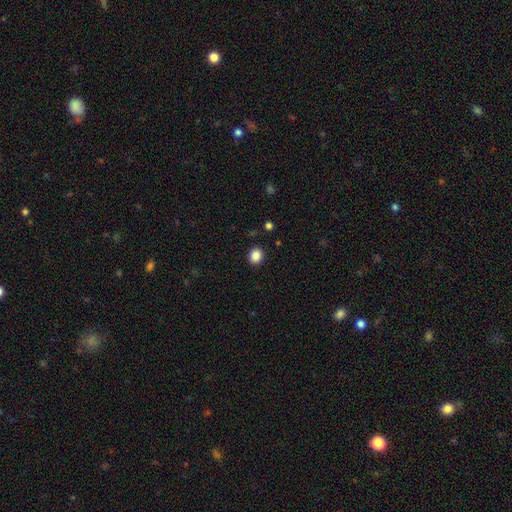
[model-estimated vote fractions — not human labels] smooth_or_featured: smooth (p=0.87) [alt: star or artifact p=0.10]
how_rounded: round (p=0.62) [alt: in between p=0.37]
merging: none (p=0.90) [alt: minor disturbance p=0.07]